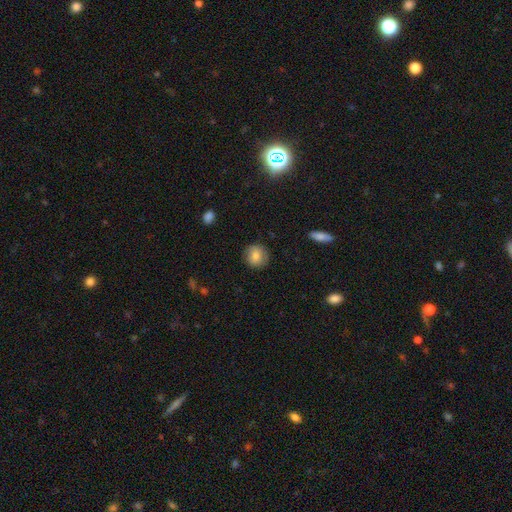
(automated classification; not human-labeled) A smooth galaxy with no disk features (81%) that is round (86%).

Vote fractions:
- Smooth or featured? smooth: 81% / featured or disk: 11% / star or artifact: 8%
- How rounded? round: 86% / in between: 13% / cigar-shaped: 1%
- Merging? none: 85% / minor disturbance: 11% / major disturbance: 3% / merger: 1%